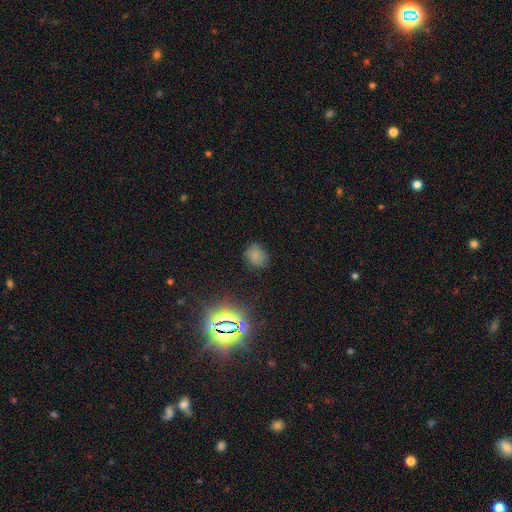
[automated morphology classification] smooth-or-featured: smooth: 72% | star or artifact: 21% | featured or disk: 8%
  how-rounded: round: 60% | in between: 39% | cigar-shaped: 1%
  merging: none: 77% | minor disturbance: 16% | major disturbance: 5% | merger: 2%